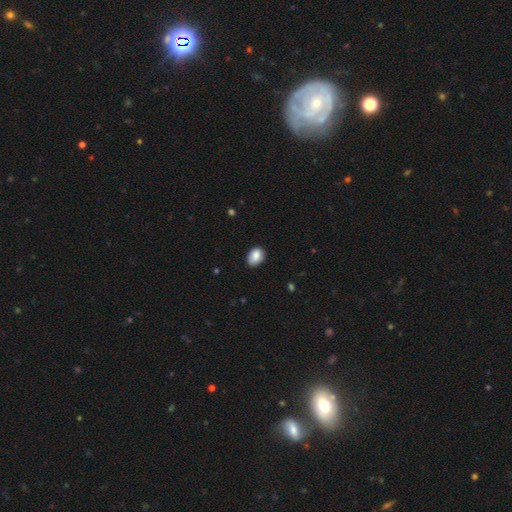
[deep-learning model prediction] The model was most divided on "how rounded": in between: 74%, round: 25%, cigar-shaped: 1%. More confident: smooth or featured — smooth (87%); merging — none (81%).